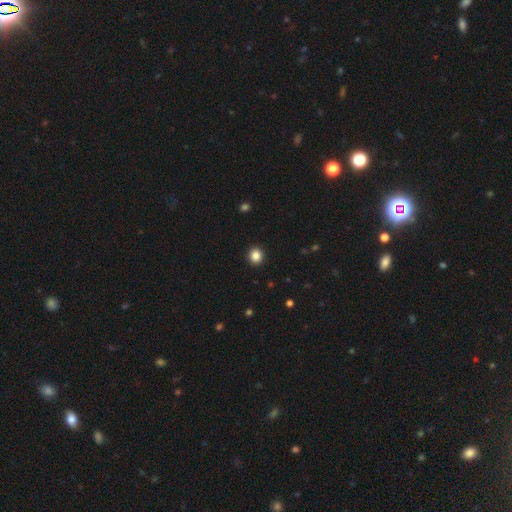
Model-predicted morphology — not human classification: A smooth galaxy with no disk features (86%) that is round (87%).

Vote fractions:
- Smooth or featured? smooth: 86% / star or artifact: 11% / featured or disk: 4%
- How rounded? round: 87% / in between: 12% / cigar-shaped: 1%
- Merging? none: 93% / minor disturbance: 5% / major disturbance: 2% / merger: 1%